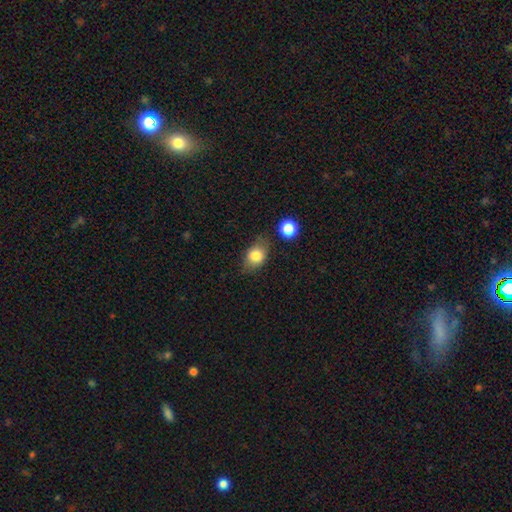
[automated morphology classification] A smooth galaxy with no disk features (81%) that is in between round and cigar-shaped (64%).

Vote fractions:
- Smooth or featured? smooth: 81% / featured or disk: 11% / star or artifact: 9%
- How rounded? in between: 64% / round: 34% / cigar-shaped: 2%
- Merging? none: 66% / minor disturbance: 21% / merger: 6% / major disturbance: 6%